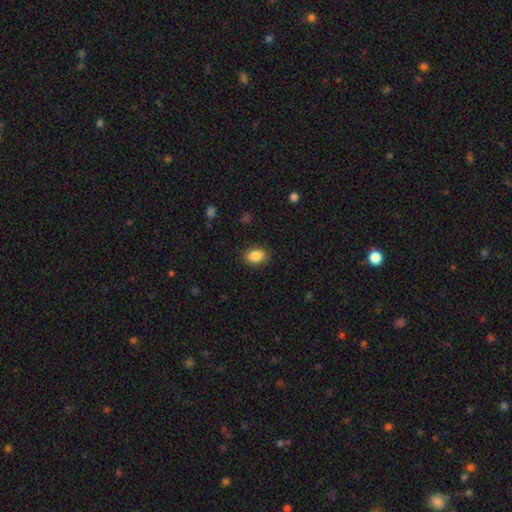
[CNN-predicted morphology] type=smooth (87%); roundness=in between (80%); merging=none (87%).